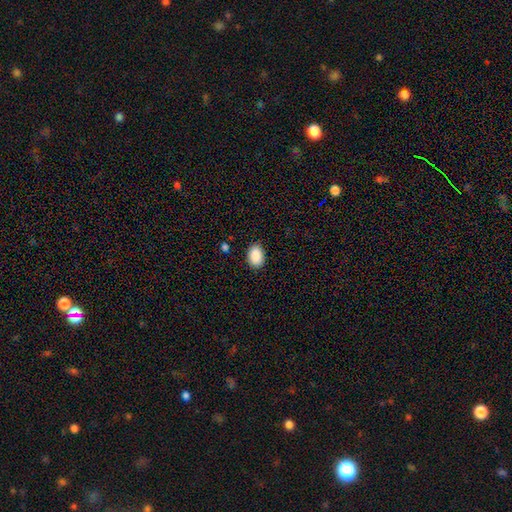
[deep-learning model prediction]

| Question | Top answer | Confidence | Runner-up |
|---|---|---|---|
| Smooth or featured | smooth | 89% | star or artifact (7%) |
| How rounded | in between | 82% | round (17%) |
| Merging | none | 88% | minor disturbance (9%) |